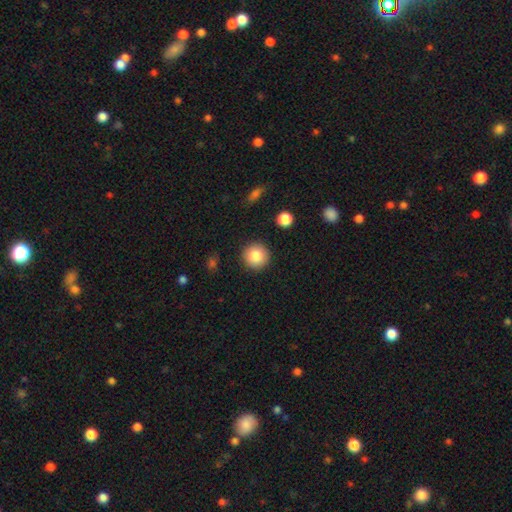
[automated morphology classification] Smooth or featured?
  - smooth: 83% *
  - star or artifact: 9%
  - featured or disk: 8%
How rounded?
  - round: 95% *
  - in between: 4%
  - cigar-shaped: 1%
Merging?
  - none: 91% *
  - minor disturbance: 6%
  - major disturbance: 2%
  - merger: 1%